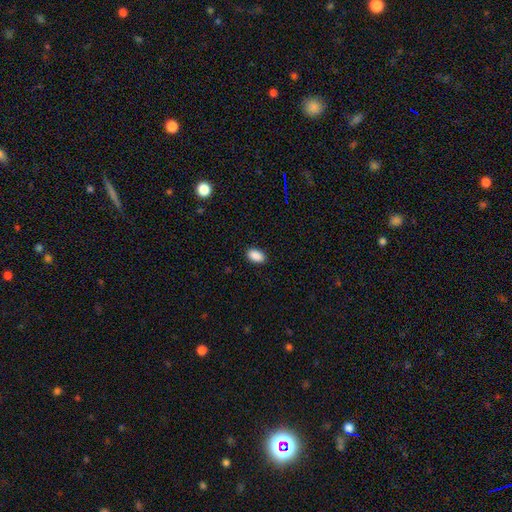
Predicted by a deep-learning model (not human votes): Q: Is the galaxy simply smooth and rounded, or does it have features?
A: smooth — 90%.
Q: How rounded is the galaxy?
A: in between — 92%.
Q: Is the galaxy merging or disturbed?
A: none — 89%.